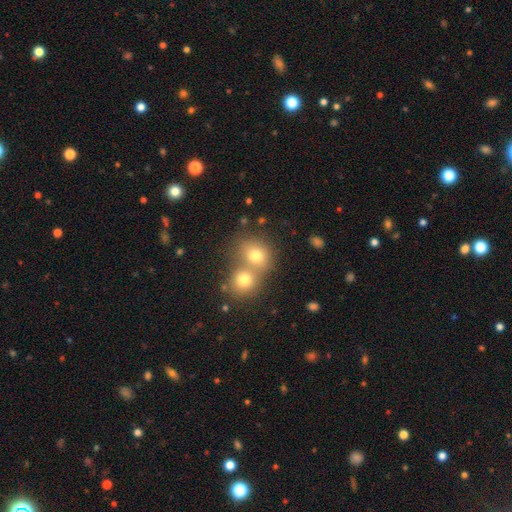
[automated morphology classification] Smooth or featured? smooth (73%)
How rounded? round (72%)
Merging? merger (56%)